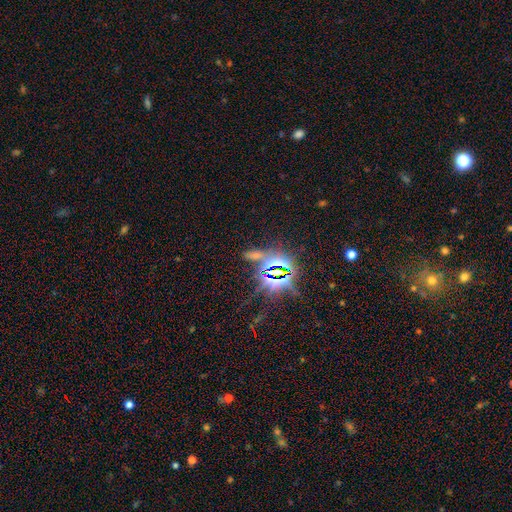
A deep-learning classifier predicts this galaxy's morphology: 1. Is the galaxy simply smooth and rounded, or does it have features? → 76% star or artifact, 15% smooth, 10% featured or disk.